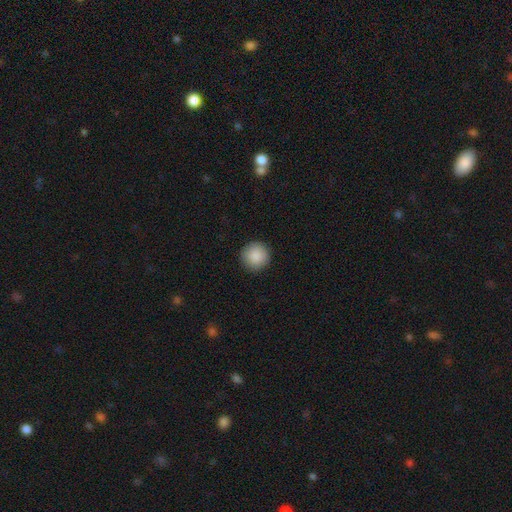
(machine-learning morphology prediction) smooth-or-featured: smooth: 89% | star or artifact: 7% | featured or disk: 3%
  how-rounded: round: 96% | in between: 3% | cigar-shaped: 1%
  merging: none: 92% | minor disturbance: 6% | major disturbance: 2% | merger: 1%